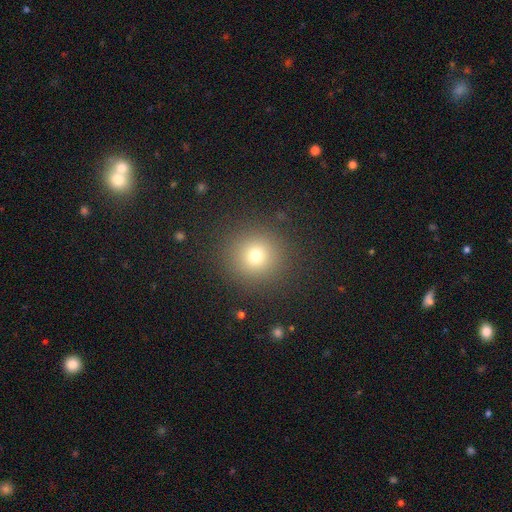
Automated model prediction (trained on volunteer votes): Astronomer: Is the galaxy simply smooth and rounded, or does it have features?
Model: smooth — 73%.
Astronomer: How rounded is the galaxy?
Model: round — 93%.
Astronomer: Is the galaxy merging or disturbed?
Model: none — 89%.